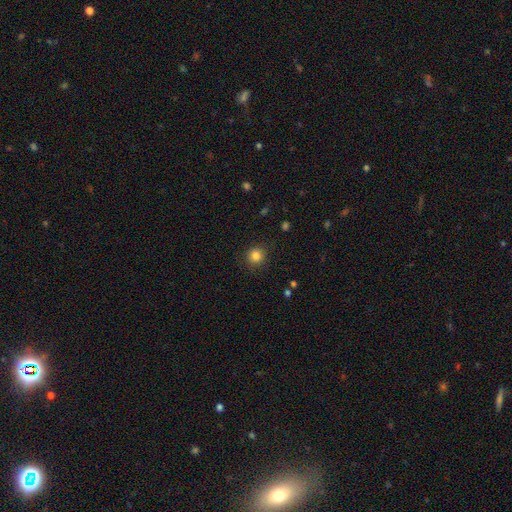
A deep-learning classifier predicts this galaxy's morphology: smooth-or-featured: smooth: 84% | star or artifact: 12% | featured or disk: 5%
  how-rounded: round: 91% | in between: 8% | cigar-shaped: 1%
  merging: none: 88% | minor disturbance: 8% | major disturbance: 3% | merger: 1%